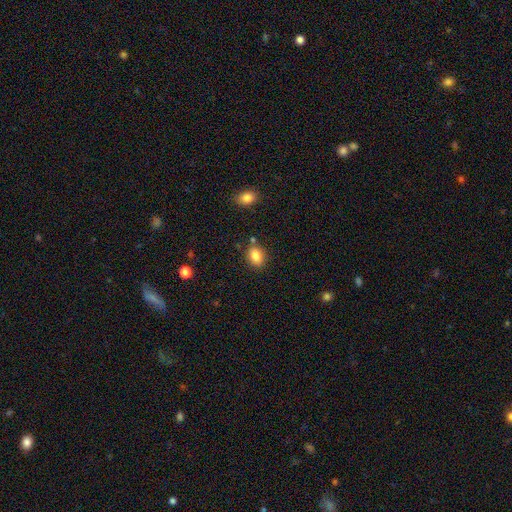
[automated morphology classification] This is clearly a smooth galaxy (85%). How rounded: likely in between (74%). Merging: likely none (77%).